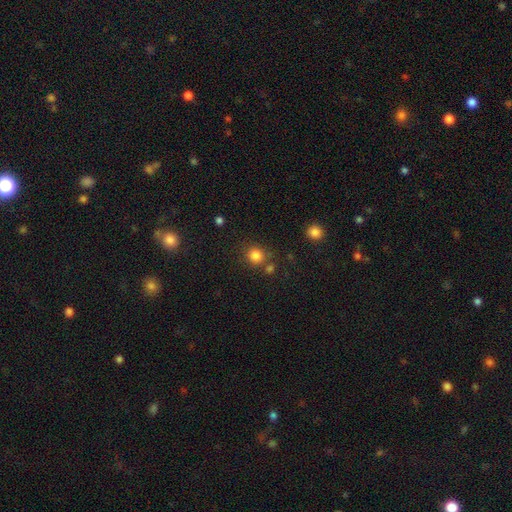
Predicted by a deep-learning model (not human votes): Smooth or featured: smooth — 82% (star or artifact — 12%)
How rounded: round — 85% (in between — 14%)
Merging: none — 72% (merger — 13%)